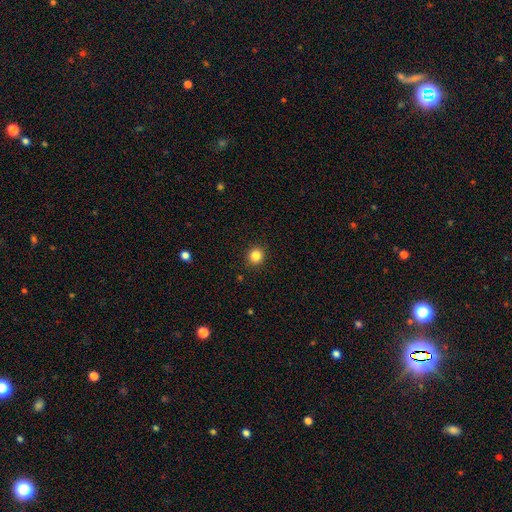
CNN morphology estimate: A smooth galaxy with no disk features (84%) that is round (90%). Merging: none (92%).